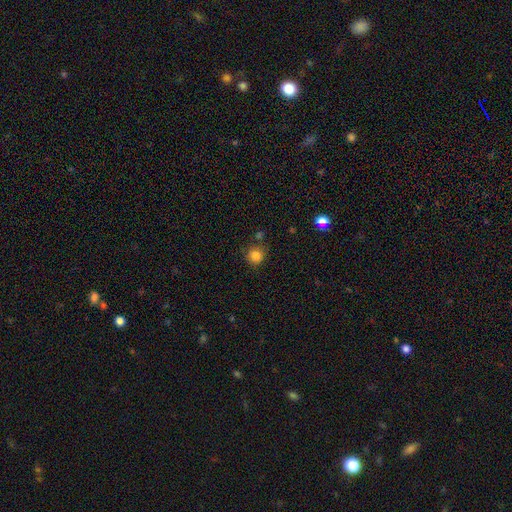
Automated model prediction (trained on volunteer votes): smooth 82%, star or artifact 12%, featured or disk 5%. Down the decision tree: how rounded — round (90%); merging — none (81%).